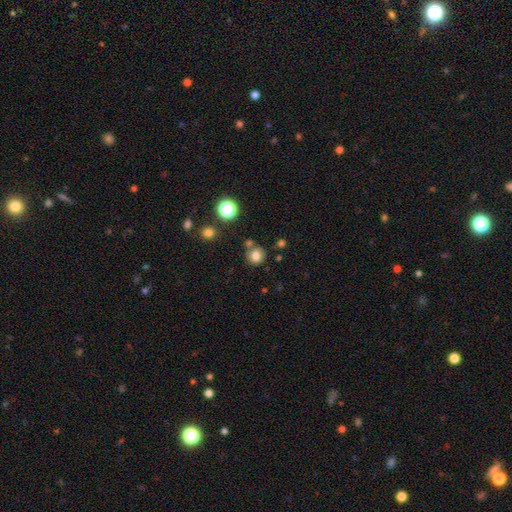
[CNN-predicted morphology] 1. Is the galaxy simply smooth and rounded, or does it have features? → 77% smooth, 13% star or artifact, 9% featured or disk.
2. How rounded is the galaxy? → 83% round, 16% in between, 1% cigar-shaped.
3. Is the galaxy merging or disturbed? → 71% none, 14% minor disturbance, 11% merger, 4% major disturbance.